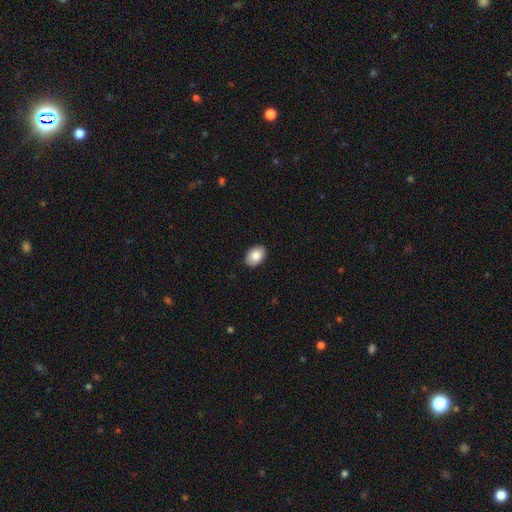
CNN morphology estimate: Smooth or featured? Predicted: smooth (p=0.85). How rounded? Predicted: in between (p=0.83). Merging? Predicted: none (p=0.90).